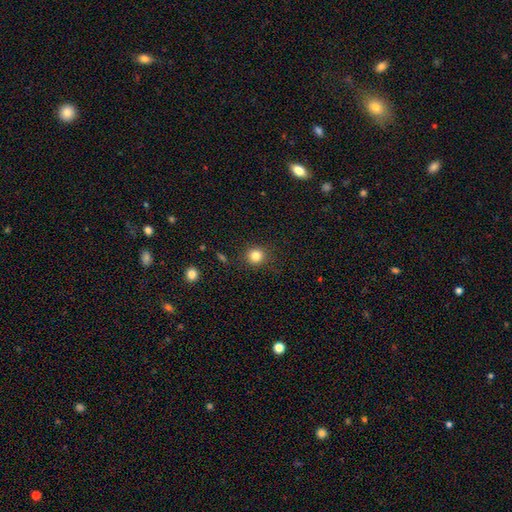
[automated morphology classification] Overall: smooth (83%). How rounded: round (91%). Merging: none (88%).